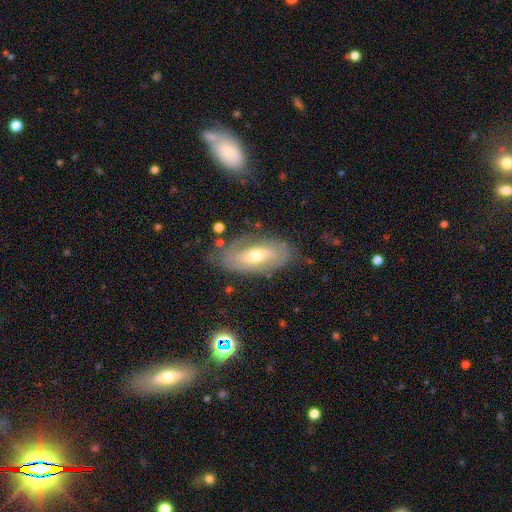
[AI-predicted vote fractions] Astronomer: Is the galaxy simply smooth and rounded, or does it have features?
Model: featured or disk — 72%.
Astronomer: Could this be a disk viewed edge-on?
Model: no — 90%.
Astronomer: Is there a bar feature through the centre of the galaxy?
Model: no — 48% (runner-up: weak, 35%).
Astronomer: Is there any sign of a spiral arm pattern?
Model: yes — 76%.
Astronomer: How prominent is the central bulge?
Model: moderate — 65%.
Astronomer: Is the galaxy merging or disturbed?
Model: none — 74%.